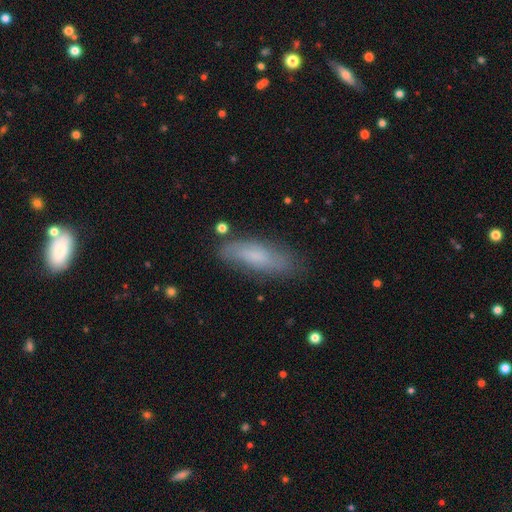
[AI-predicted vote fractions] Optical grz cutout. It shows a smooth galaxy with no disk features (69%) that is in between round and cigar-shaped (51%). Merging: none (77%).